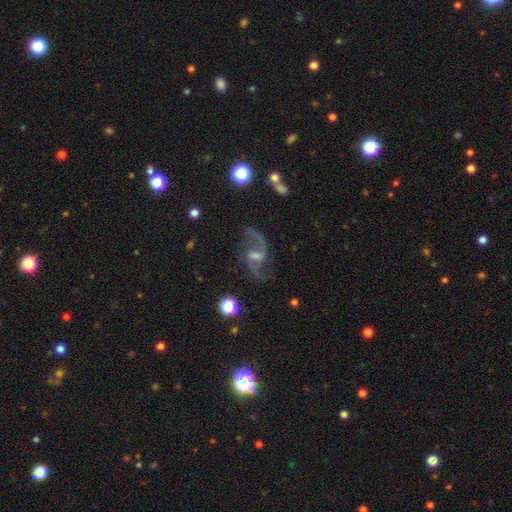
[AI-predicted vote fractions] Smooth or featured? featured or disk (89%)
Edge-on disk? no (97%)
Bar? weak (55%)
Spiral arms? yes (97%)
Spiral winding? loose (64%)
Spiral arm count? 2 (93%)
Bulge size? small (50%)
Merging? none (78%)